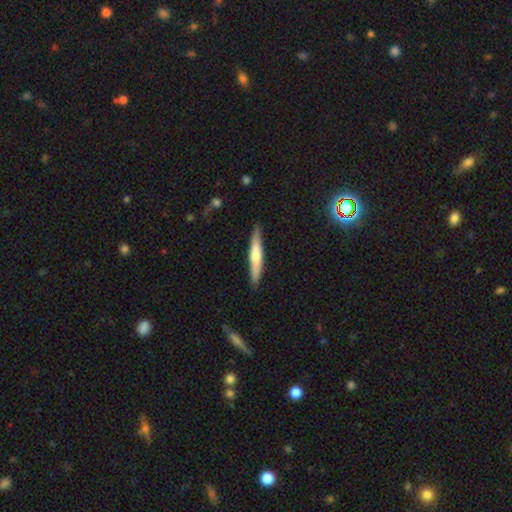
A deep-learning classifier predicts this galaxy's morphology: Smooth or featured? Predicted: smooth (p=0.55). How rounded? Predicted: cigar-shaped (p=0.93). Merging? Predicted: none (p=0.88).